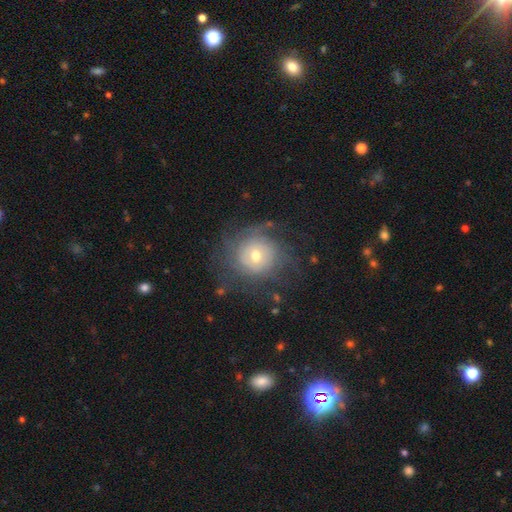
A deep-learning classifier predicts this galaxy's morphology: Q: Smooth or featured?
A: featured or disk (61%); runner-up: smooth (29%)
Q: Edge-on disk?
A: no (97%); runner-up: yes (3%)
Q: Bar?
A: no (80%); runner-up: weak (17%)
Q: Spiral arms?
A: yes (74%); runner-up: no (26%)
Q: Bulge size?
A: moderate (63%); runner-up: small (29%)
Q: Merging?
A: none (65%); runner-up: minor disturbance (18%)